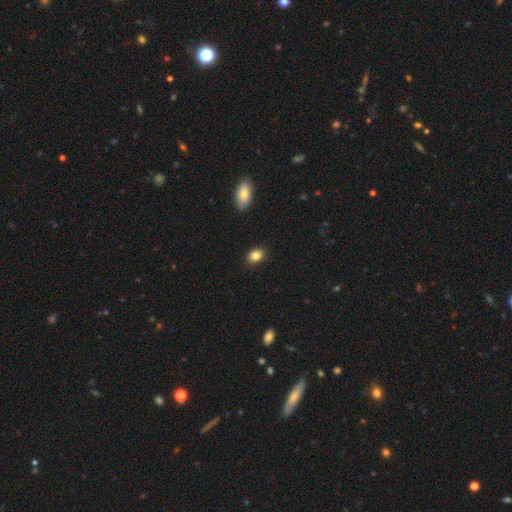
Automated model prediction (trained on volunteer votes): The model was most divided on "how rounded": in between: 74%, round: 25%, cigar-shaped: 1%. More confident: merging — none (88%); smooth or featured — smooth (84%).